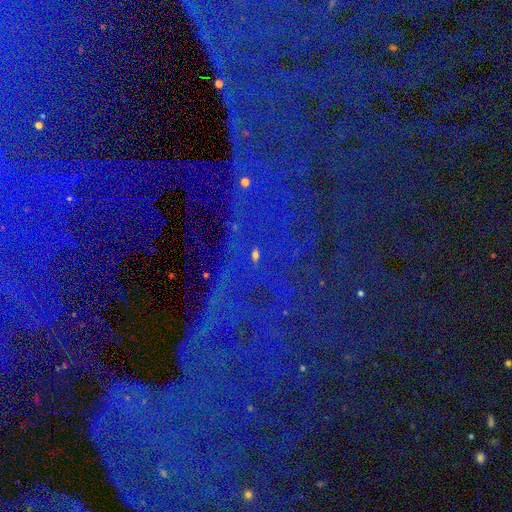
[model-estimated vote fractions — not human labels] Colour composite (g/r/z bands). It shows a star or artifact, not a galaxy (86%).